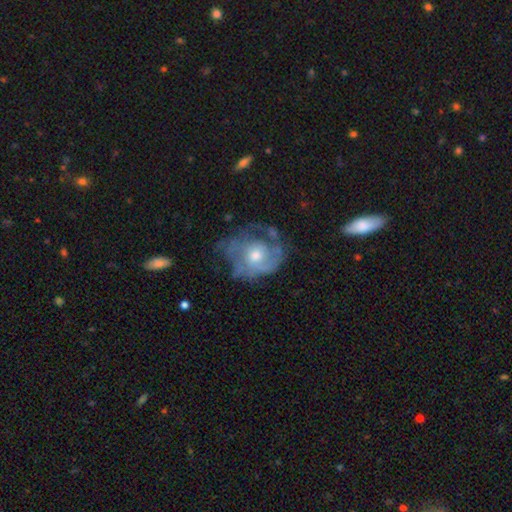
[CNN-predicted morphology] type=featured or disk (66%); edge-on=no (97%); bar=no (80%); spiral arms=yes (63%); bulge=moderate (63%); merging=none (42%).